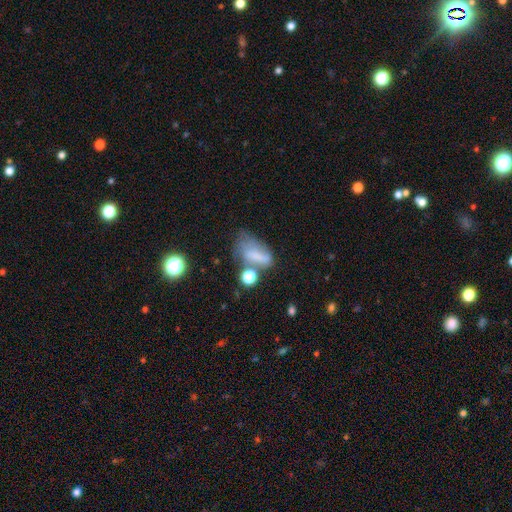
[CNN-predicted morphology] Smooth or featured: smooth — 57% (featured or disk — 28%)
How rounded: in between — 82% (round — 12%)
Merging: major disturbance — 29% (none — 28%)